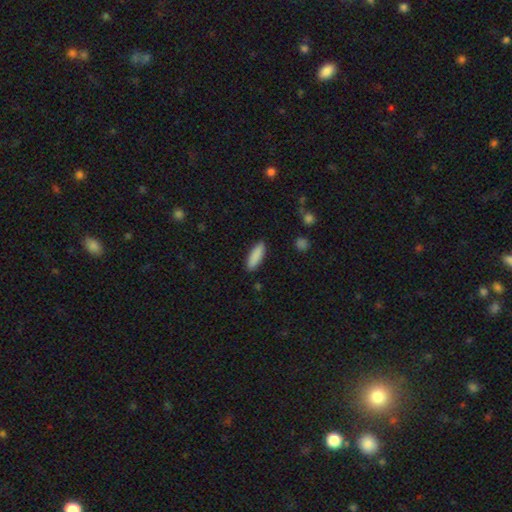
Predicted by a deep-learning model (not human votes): A smooth galaxy with no disk features (89%) that is cigar-shaped (49%, tied with in between). Merging: none (88%).